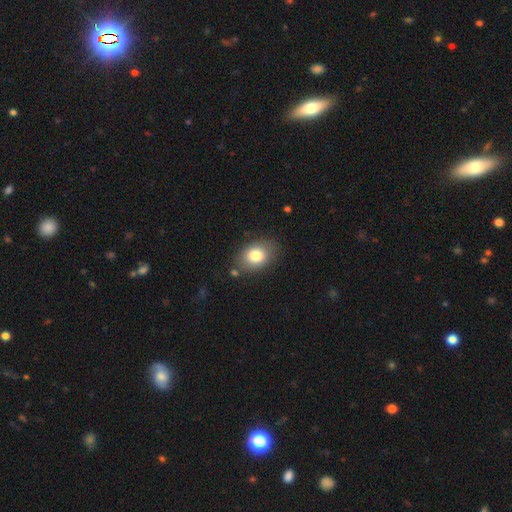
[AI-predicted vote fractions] A smooth galaxy with no disk features (80%) that is in between round and cigar-shaped (73%).

Vote fractions:
- Smooth or featured? smooth: 80% / featured or disk: 11% / star or artifact: 9%
- How rounded? in between: 73% / round: 26% / cigar-shaped: 1%
- Merging? none: 78% / minor disturbance: 14% / major disturbance: 4% / merger: 4%